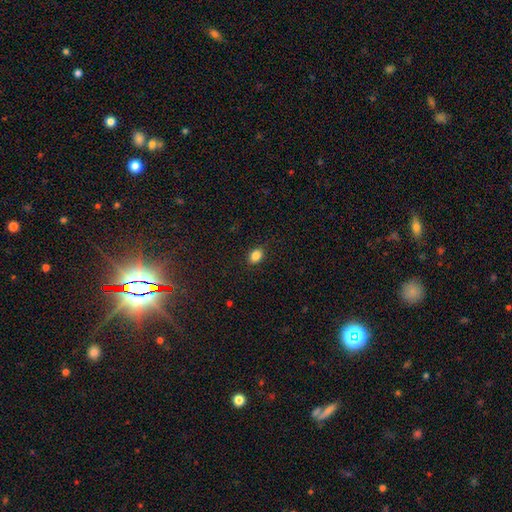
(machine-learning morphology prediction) Q: Smooth or featured?
A: smooth (86%); runner-up: star or artifact (10%)
Q: How rounded?
A: in between (78%); runner-up: round (21%)
Q: Merging?
A: none (88%); runner-up: minor disturbance (9%)